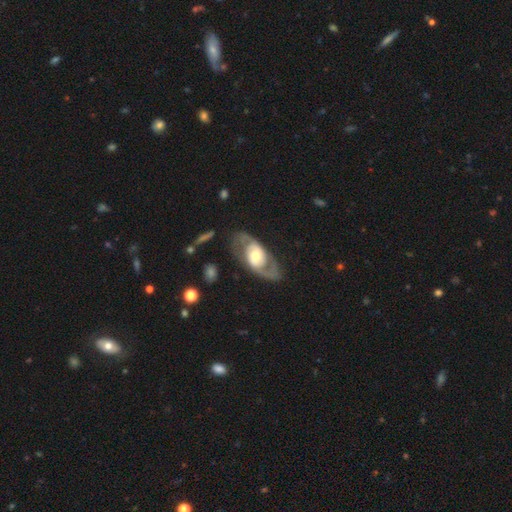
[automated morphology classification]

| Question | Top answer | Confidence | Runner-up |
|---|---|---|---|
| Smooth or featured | featured or disk | 80% | smooth (16%) |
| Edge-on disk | no | 93% | yes (7%) |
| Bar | no | 61% | weak (28%) |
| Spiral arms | yes | 80% | no (20%) |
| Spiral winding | medium | 47% | loose (28%) |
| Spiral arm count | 2 | 84% | can't tell (8%) |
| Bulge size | moderate | 64% | large (18%) |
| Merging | none | 69% | minor disturbance (16%) |